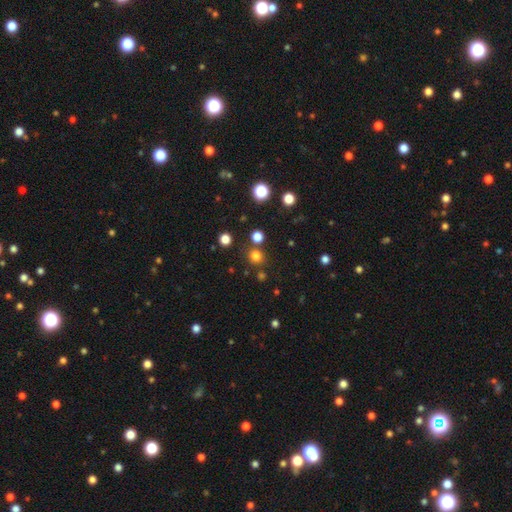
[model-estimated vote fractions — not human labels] Overall: smooth (76%). How rounded: round (92%). Merging: none (81%).